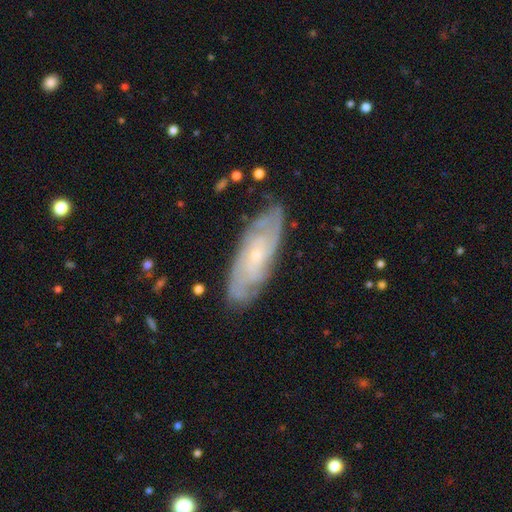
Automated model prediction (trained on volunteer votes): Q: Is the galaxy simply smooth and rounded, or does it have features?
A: featured or disk — 77%.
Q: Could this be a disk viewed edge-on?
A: no — 87%.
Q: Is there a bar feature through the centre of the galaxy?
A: no — 72%.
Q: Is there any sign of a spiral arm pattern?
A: yes — 92%.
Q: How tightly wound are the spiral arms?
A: tight — 67%.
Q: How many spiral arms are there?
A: can't tell — 48%.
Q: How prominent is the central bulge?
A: small — 78%.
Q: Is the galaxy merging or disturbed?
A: none — 80%.